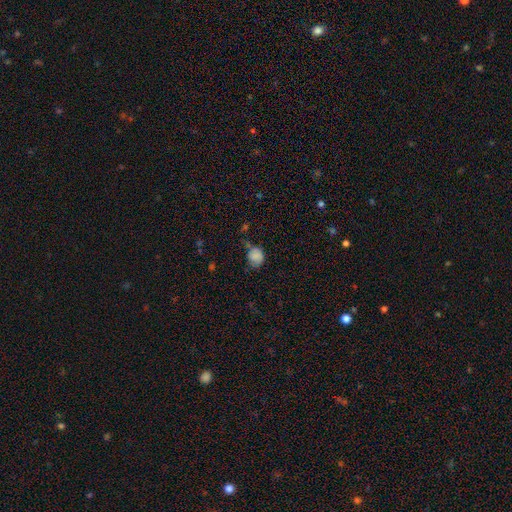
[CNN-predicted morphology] Smooth or featured: smooth — 79% (star or artifact — 11%)
How rounded: round — 66% (in between — 33%)
Merging: none — 45% (minor disturbance — 36%)